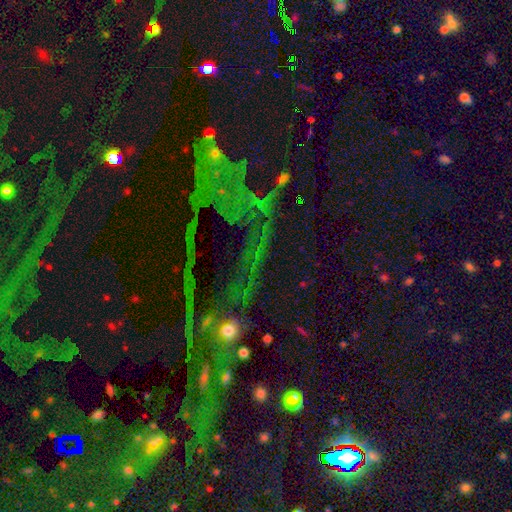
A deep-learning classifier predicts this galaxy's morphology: Q: Smooth or featured?
A: star or artifact (66%); runner-up: smooth (19%)